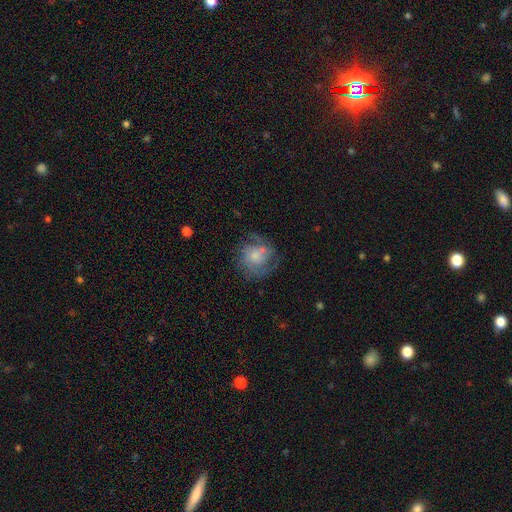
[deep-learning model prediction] Overall: featured or disk (56%; smooth 36%). Edge-on disk: no (98%). Bar: no (76%). Spiral arms: yes (74%). Bulge size: small (40%; moderate 37%). Merging: none (55%; minor disturbance 21%).